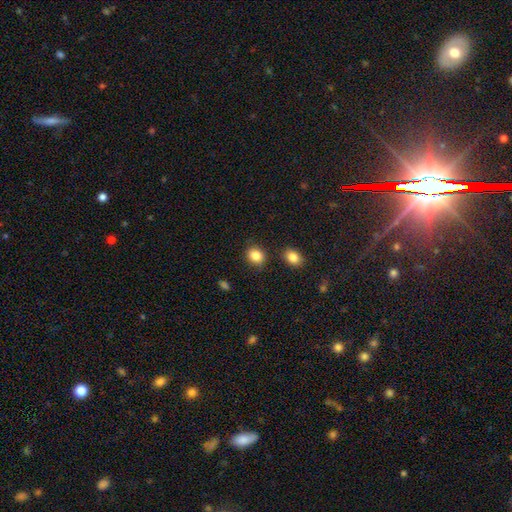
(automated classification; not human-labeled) This appears to be a smooth galaxy with no disk features (86%) that is round (55%). Merging: none (82%).